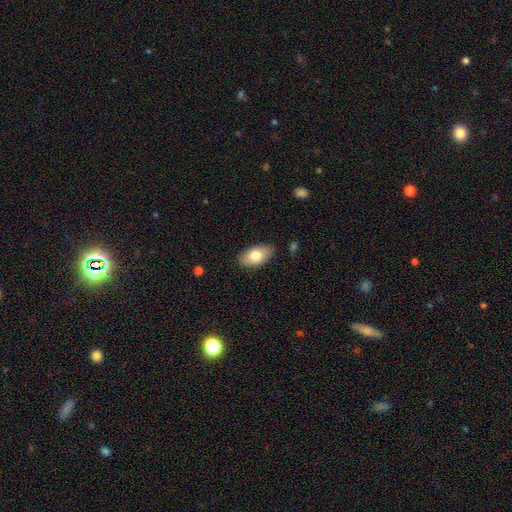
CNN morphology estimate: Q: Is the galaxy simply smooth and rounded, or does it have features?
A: smooth — 76%.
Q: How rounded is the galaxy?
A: in between — 94%.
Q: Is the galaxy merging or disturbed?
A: none — 86%.